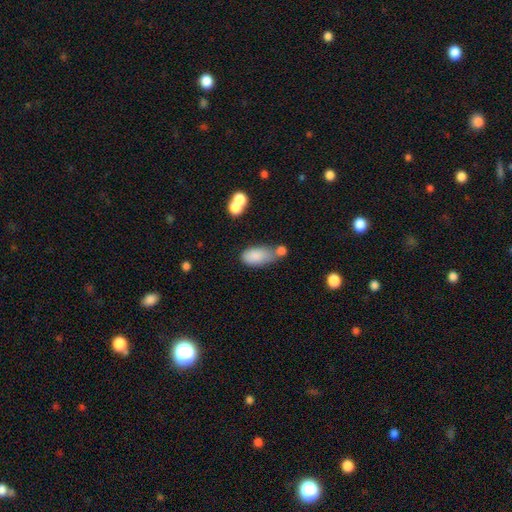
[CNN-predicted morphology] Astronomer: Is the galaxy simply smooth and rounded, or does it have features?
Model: smooth — 81%.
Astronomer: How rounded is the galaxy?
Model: in between — 89%.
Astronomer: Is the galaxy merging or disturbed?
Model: none — 36% (runner-up: merger, 29%).